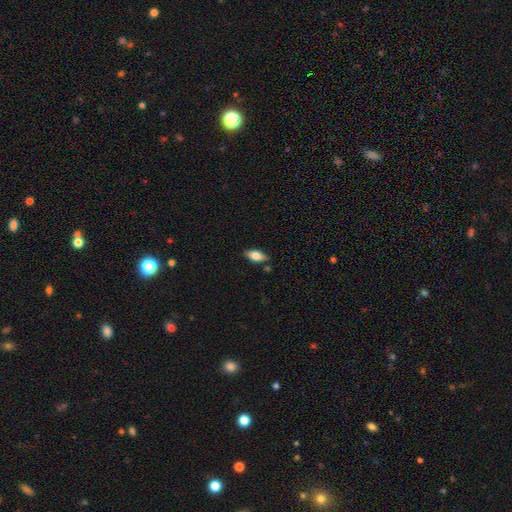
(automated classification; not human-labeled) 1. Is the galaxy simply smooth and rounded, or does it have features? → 76% smooth, 17% featured or disk, 7% star or artifact.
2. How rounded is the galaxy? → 87% in between, 10% cigar-shaped, 3% round.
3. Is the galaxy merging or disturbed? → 81% none, 14% minor disturbance, 3% merger, 3% major disturbance.